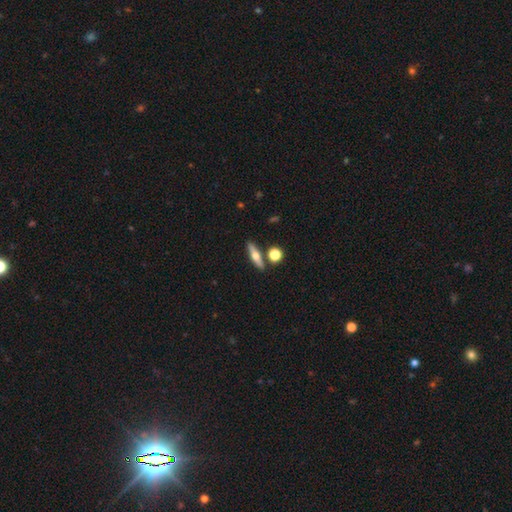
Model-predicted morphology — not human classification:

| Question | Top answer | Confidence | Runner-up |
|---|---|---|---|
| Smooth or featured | featured or disk | 50% | smooth (42%) |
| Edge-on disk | yes | 91% | no (9%) |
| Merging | none | 82% | merger (8%) |